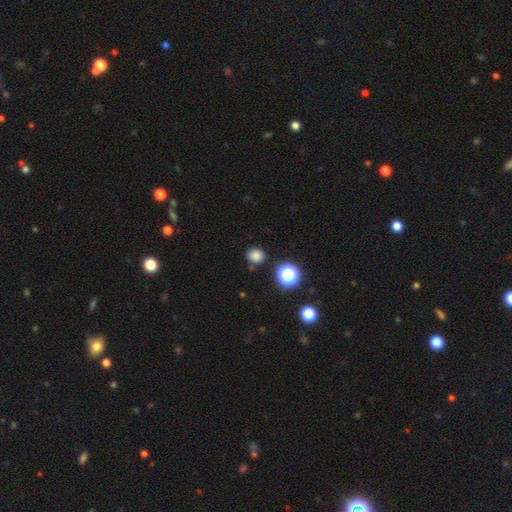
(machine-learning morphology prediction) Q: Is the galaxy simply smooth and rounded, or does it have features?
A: smooth — 80%.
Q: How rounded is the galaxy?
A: round — 76%.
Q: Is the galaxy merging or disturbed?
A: none — 84%.